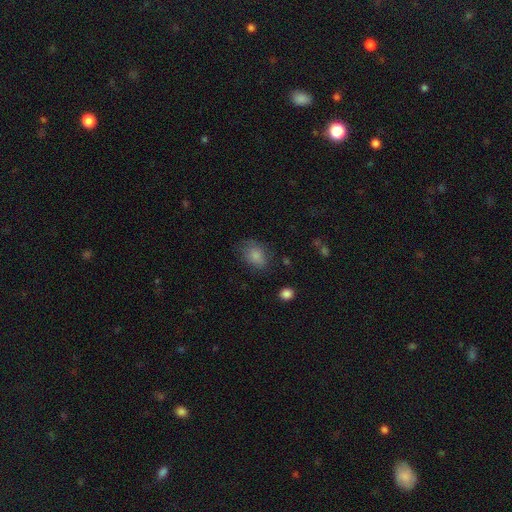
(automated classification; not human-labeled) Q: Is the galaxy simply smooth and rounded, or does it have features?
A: smooth — 83%.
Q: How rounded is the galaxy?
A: in between — 70%.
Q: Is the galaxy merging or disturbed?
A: none — 65%.